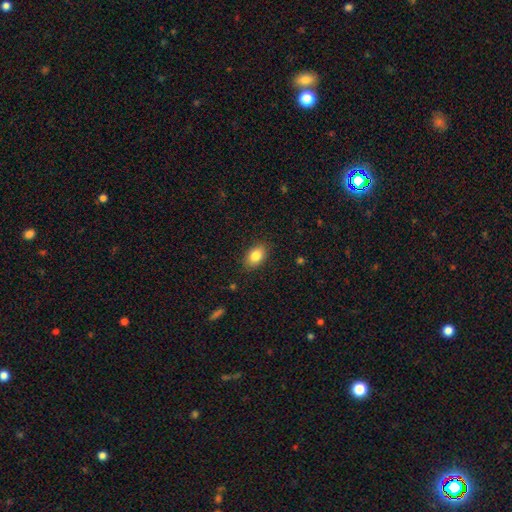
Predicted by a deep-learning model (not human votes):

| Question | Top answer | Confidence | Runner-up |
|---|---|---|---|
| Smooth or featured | smooth | 84% | featured or disk (8%) |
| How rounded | in between | 85% | round (14%) |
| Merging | none | 87% | minor disturbance (10%) |